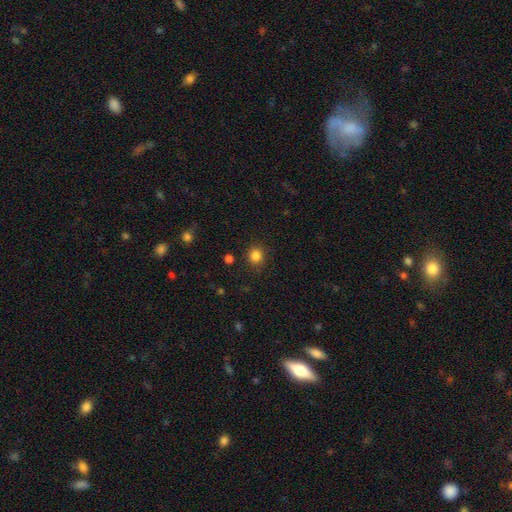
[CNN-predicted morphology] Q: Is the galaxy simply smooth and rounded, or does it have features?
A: smooth — 84%.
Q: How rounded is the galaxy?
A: round — 87%.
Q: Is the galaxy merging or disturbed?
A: none — 87%.